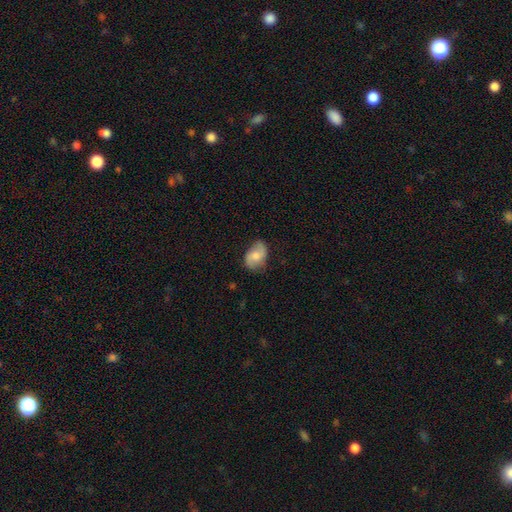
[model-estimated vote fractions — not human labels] The model was most divided on "smooth or featured": smooth: 62%, featured or disk: 31%, star or artifact: 7%. More confident: how rounded — in between (83%); merging — none (65%).